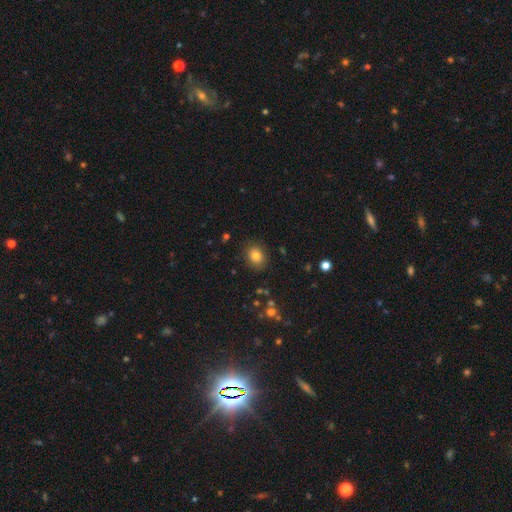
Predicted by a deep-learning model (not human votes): A smooth galaxy with no disk features (82%) that is round (56%). Merging: none (86%).